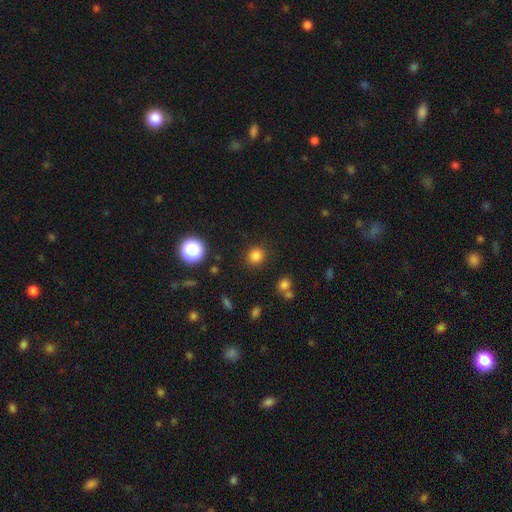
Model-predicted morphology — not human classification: Smooth or featured? smooth (82%)
How rounded? round (87%)
Merging? none (88%)